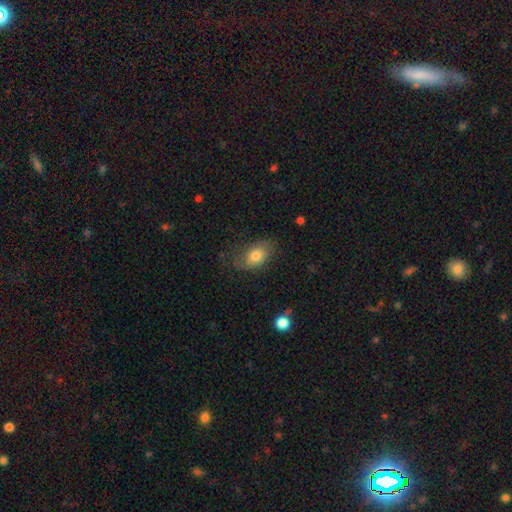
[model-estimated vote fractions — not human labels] The model was most divided on "merging": none: 64%, minor disturbance: 23%, major disturbance: 11%, merger: 2%. More confident: how rounded — in between (87%); smooth or featured — smooth (76%).